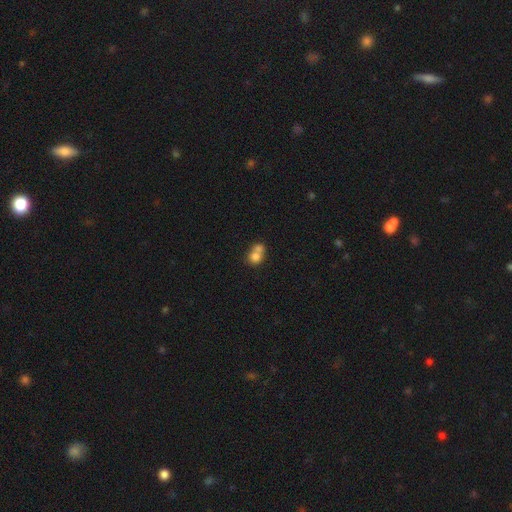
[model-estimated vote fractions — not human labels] Overall: smooth (74%). How rounded: round (68%; in between 30%). Merging: merger (65%; none 25%).